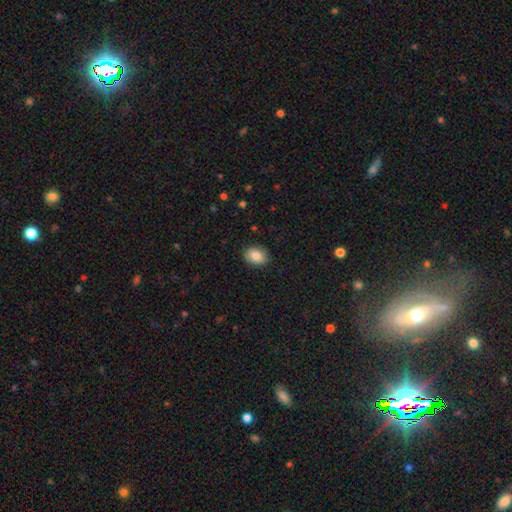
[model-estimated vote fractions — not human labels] This appears to be a smooth galaxy with no disk features (86%) that is in between round and cigar-shaped (64%). Merging: none (88%).